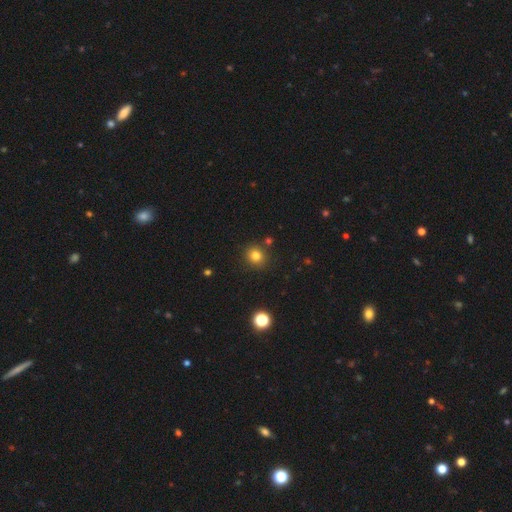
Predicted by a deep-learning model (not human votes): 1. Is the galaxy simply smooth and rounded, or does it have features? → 80% smooth, 14% star or artifact, 6% featured or disk.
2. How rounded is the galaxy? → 88% round, 11% in between, 1% cigar-shaped.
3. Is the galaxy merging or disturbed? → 84% none, 8% minor disturbance, 5% merger, 3% major disturbance.